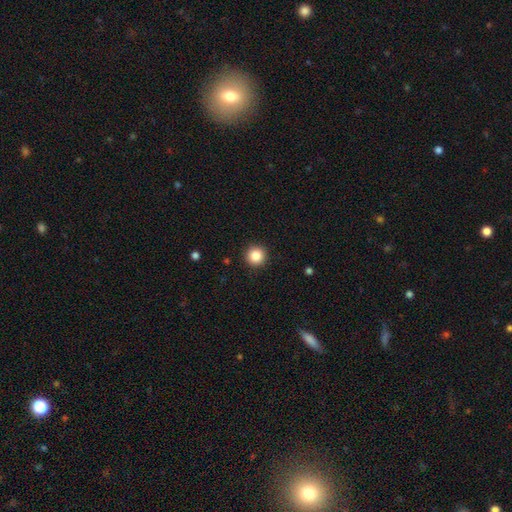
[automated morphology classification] Smooth or featured?
  - smooth: 86% *
  - star or artifact: 10%
  - featured or disk: 4%
How rounded?
  - round: 96% *
  - in between: 3%
  - cigar-shaped: 1%
Merging?
  - none: 92% *
  - minor disturbance: 5%
  - major disturbance: 2%
  - merger: 1%